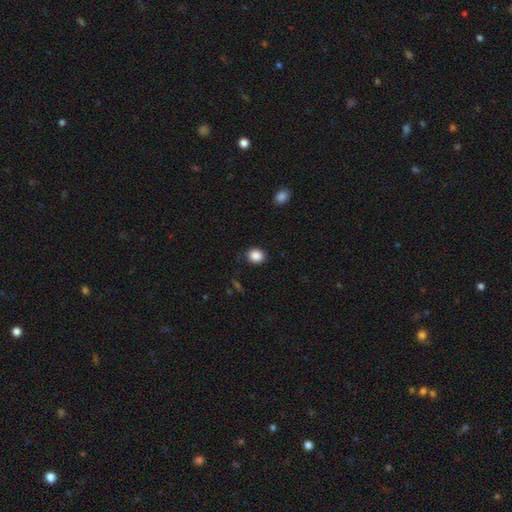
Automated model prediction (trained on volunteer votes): Smooth or featured? smooth (87%)
How rounded? round (67%)
Merging? none (86%)